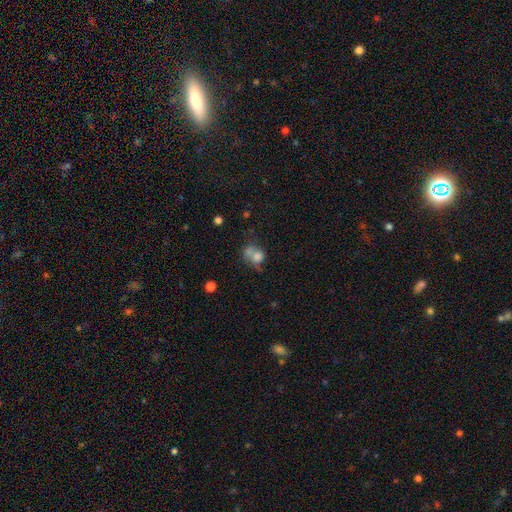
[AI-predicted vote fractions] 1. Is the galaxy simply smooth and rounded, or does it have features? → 72% smooth, 16% featured or disk, 12% star or artifact.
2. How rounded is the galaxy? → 59% round, 40% in between, 1% cigar-shaped.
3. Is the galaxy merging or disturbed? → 45% merger, 26% none, 15% minor disturbance, 13% major disturbance.